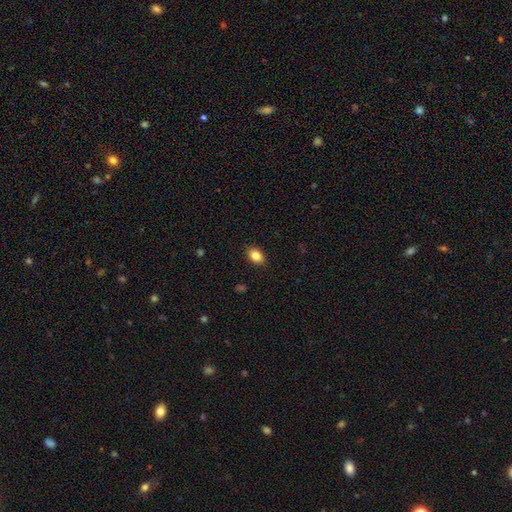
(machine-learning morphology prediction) The model was most divided on "how rounded": in between: 80%, round: 18%, cigar-shaped: 1%. More confident: merging — none (89%); smooth or featured — smooth (85%).